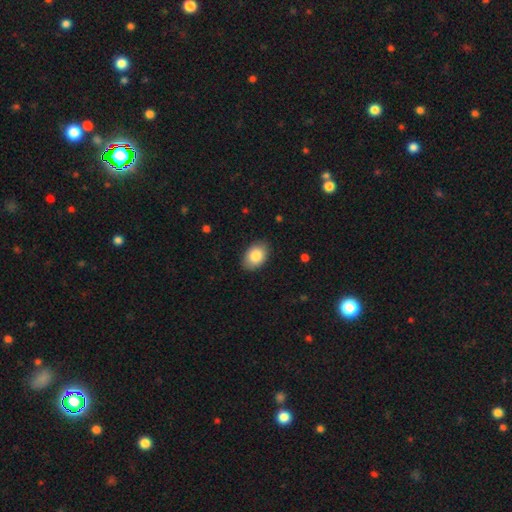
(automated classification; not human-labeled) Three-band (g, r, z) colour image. It shows a smooth galaxy with no disk features (85%) that is in between round and cigar-shaped (86%). Merging: none (87%).